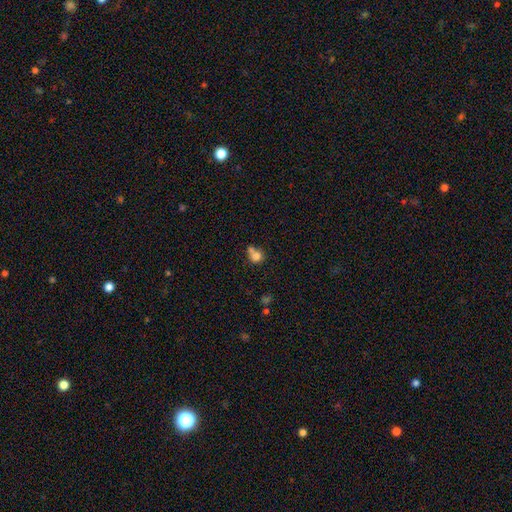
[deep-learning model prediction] Morphology: type=smooth (77%); roundness=round (78%); merging=merger (46%).